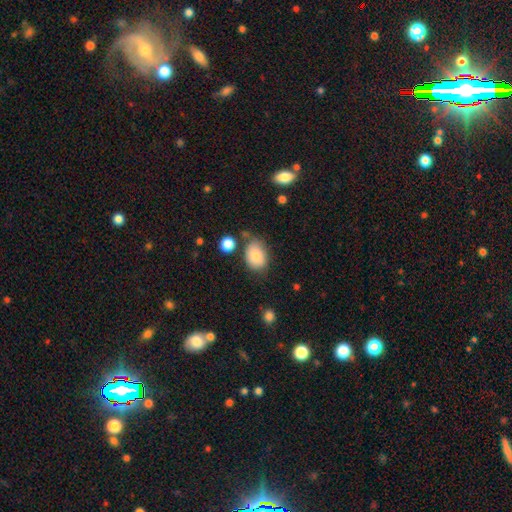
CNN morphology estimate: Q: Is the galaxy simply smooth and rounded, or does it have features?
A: smooth — 80%.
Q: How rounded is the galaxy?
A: in between — 75%.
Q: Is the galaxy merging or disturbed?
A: none — 65%.